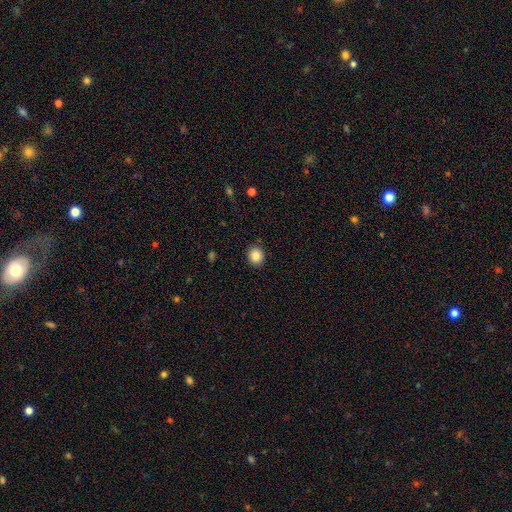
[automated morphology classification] Q: Smooth or featured?
A: smooth (86%); runner-up: star or artifact (9%)
Q: How rounded?
A: round (68%); runner-up: in between (31%)
Q: Merging?
A: none (90%); runner-up: minor disturbance (7%)